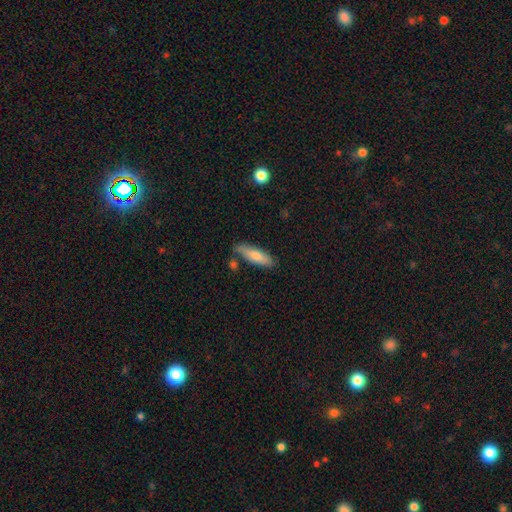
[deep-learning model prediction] A smooth galaxy with no disk features (69%) that is cigar-shaped (56%).

Vote fractions:
- Smooth or featured? smooth: 69% / featured or disk: 25% / star or artifact: 6%
- How rounded? cigar-shaped: 56% / in between: 42% / round: 2%
- Merging? none: 75% / minor disturbance: 16% / merger: 6% / major disturbance: 3%